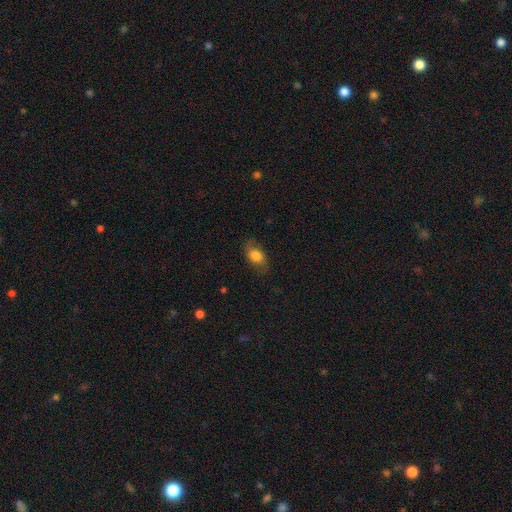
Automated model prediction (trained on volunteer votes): Morphology: type=smooth (66%); roundness=in between (81%); merging=none (70%).